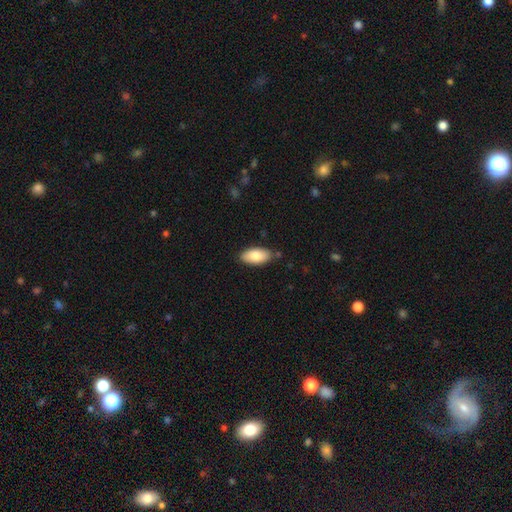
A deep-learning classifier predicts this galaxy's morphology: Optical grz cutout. It shows a smooth galaxy with no disk features (84%) that is in between round and cigar-shaped (92%). Merging: none (82%).